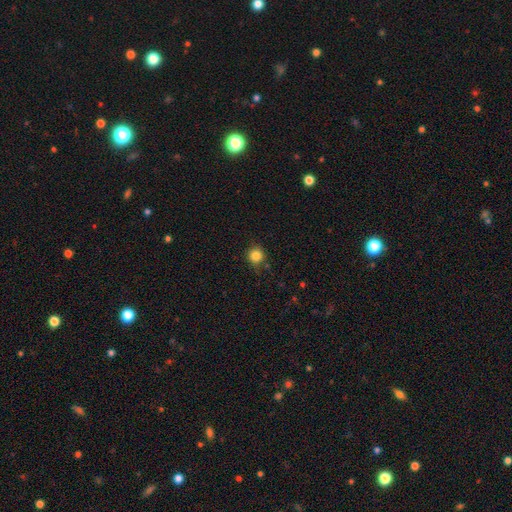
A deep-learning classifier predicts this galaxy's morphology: A smooth galaxy with no disk features (84%) that is round (92%).

Vote fractions:
- Smooth or featured? smooth: 84% / star or artifact: 12% / featured or disk: 5%
- How rounded? round: 92% / in between: 7% / cigar-shaped: 1%
- Merging? none: 84% / minor disturbance: 11% / major disturbance: 3% / merger: 2%